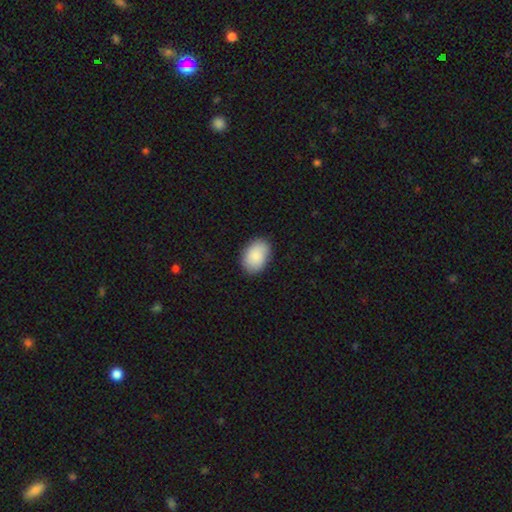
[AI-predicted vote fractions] smooth_or_featured: smooth (p=0.86) [alt: featured or disk p=0.08]
how_rounded: in between (p=0.82) [alt: round p=0.17]
merging: none (p=0.83) [alt: minor disturbance p=0.13]